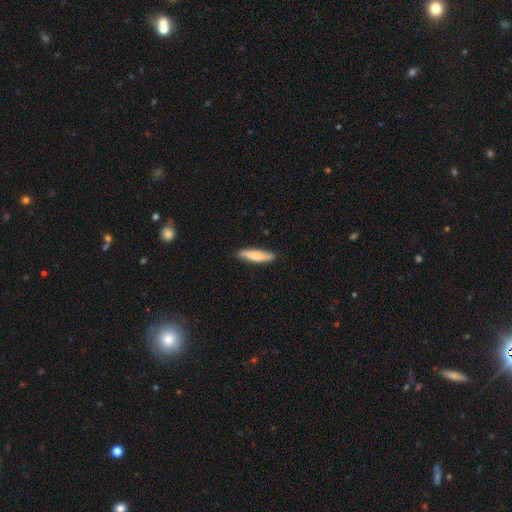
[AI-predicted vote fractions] smooth 71%, featured or disk 23%, star or artifact 5%. Down the decision tree: how rounded — cigar-shaped (80%); merging — none (88%).